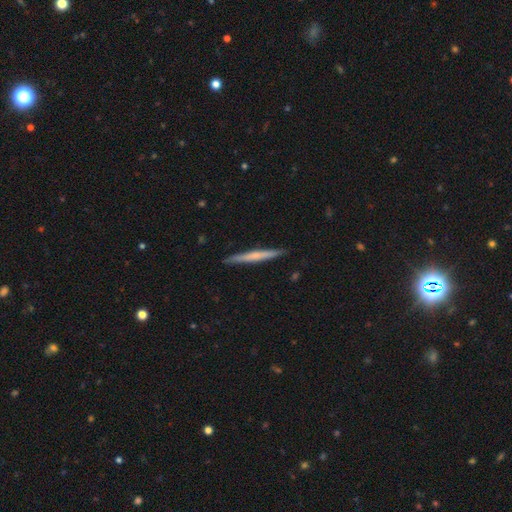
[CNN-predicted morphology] smooth_or_featured: smooth (p=0.48) [alt: featured or disk p=0.47]
merging: none (p=0.91) [alt: minor disturbance p=0.07]